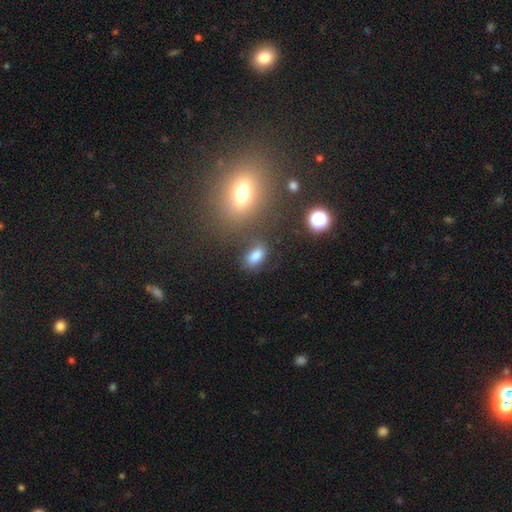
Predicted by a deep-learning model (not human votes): smooth-or-featured: smooth: 78% | star or artifact: 14% | featured or disk: 8%
  how-rounded: in between: 85% | round: 12% | cigar-shaped: 3%
  merging: none: 67% | minor disturbance: 16% | merger: 11% | major disturbance: 6%